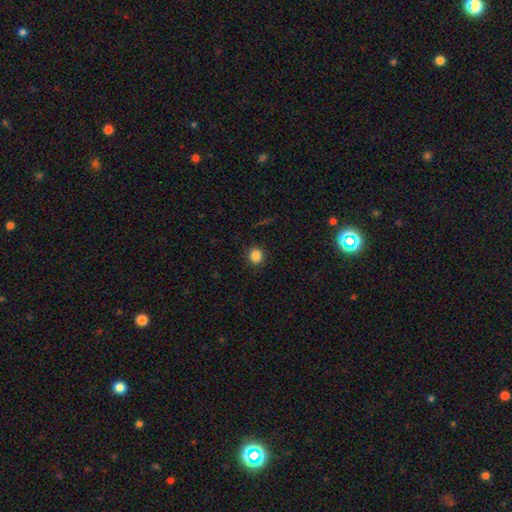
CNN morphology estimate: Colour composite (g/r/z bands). It shows a smooth galaxy with no disk features (85%) that is round (88%). Merging: none (90%).